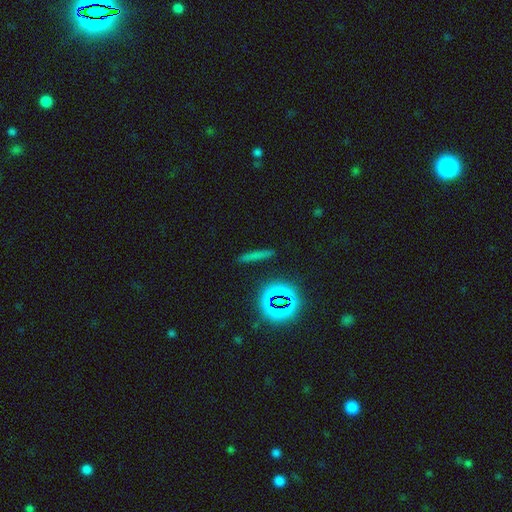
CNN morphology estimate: Smooth or featured? Predicted: smooth (p=0.55). How rounded? Predicted: cigar-shaped (p=0.85). Merging? Predicted: none (p=0.86).